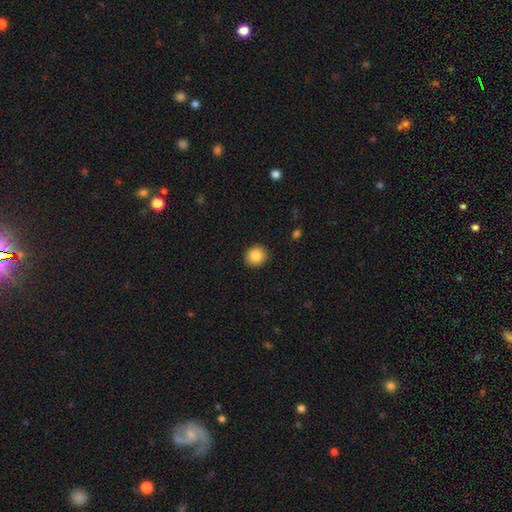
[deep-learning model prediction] The model was most divided on "smooth or featured": smooth: 86%, star or artifact: 9%, featured or disk: 6%. More confident: merging — none (92%); how rounded — round (89%).